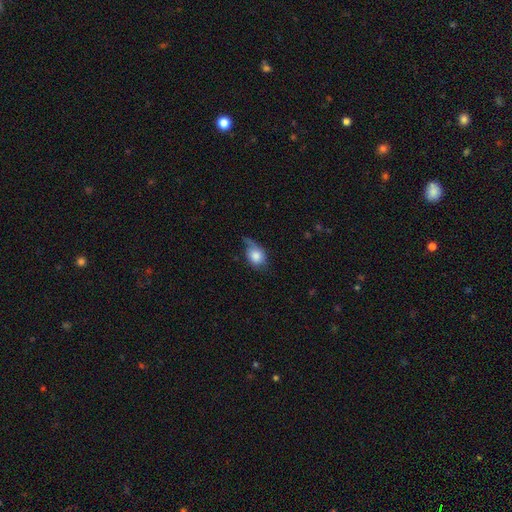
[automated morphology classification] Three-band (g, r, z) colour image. It shows a smooth galaxy with no disk features (75%) that is round (49%, tied with in between). Merging: minor disturbance (38%).